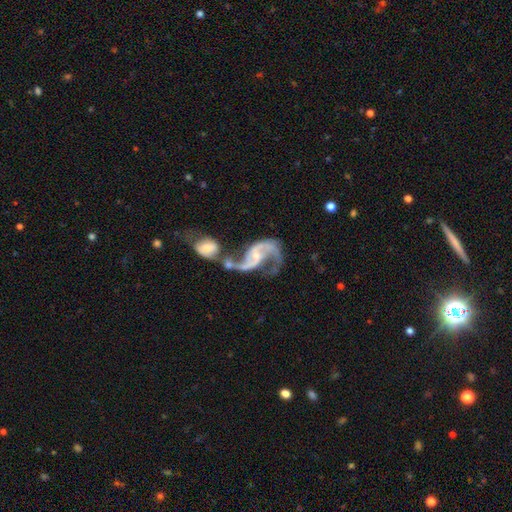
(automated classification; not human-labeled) Smooth or featured? Predicted: featured or disk (p=0.91). Edge-on disk? Predicted: no (p=0.98). Bar? Predicted: no (p=0.44). Spiral arms? Predicted: yes (p=0.96). Spiral winding? Predicted: loose (p=0.66). Spiral arm count? Predicted: 2 (p=0.90). Bulge size? Predicted: small (p=0.60). Merging? Predicted: merger (p=0.57).